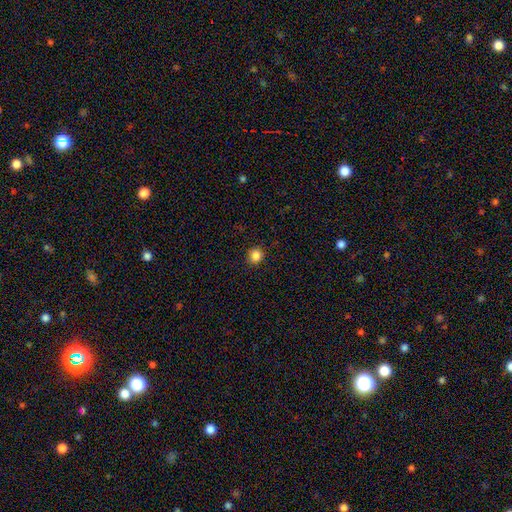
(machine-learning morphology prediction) Smooth or featured?
  - smooth: 85% *
  - star or artifact: 11%
  - featured or disk: 4%
How rounded?
  - round: 91% *
  - in between: 8%
  - cigar-shaped: 1%
Merging?
  - none: 90% *
  - minor disturbance: 7%
  - major disturbance: 2%
  - merger: 1%